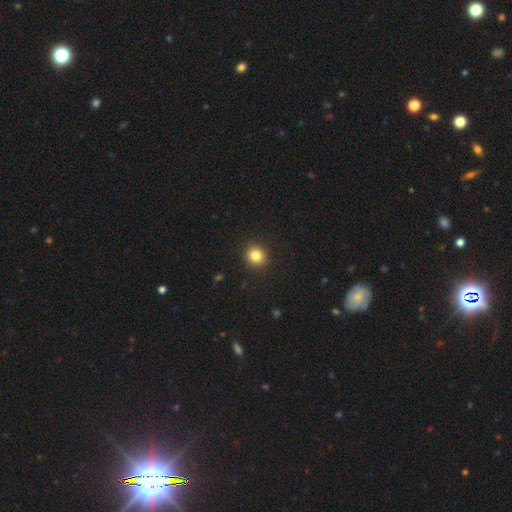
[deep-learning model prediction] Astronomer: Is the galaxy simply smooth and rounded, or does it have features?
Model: smooth — 83%.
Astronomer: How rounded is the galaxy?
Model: round — 89%.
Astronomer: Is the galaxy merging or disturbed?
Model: none — 92%.